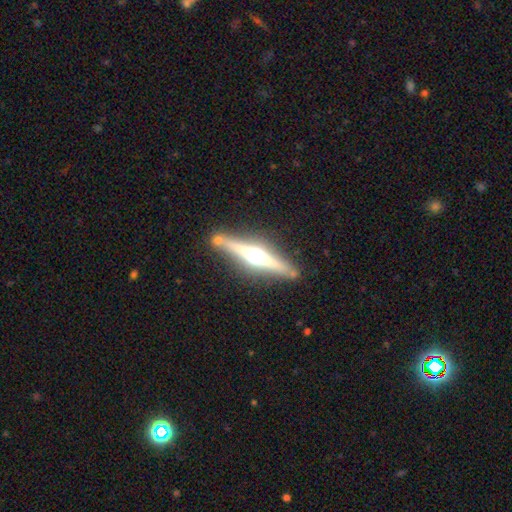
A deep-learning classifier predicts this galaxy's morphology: This appears to be a featured or disk galaxy (78%) viewed edge-on (97%) with a rounded central bulge (94%). Merging: none (83%).